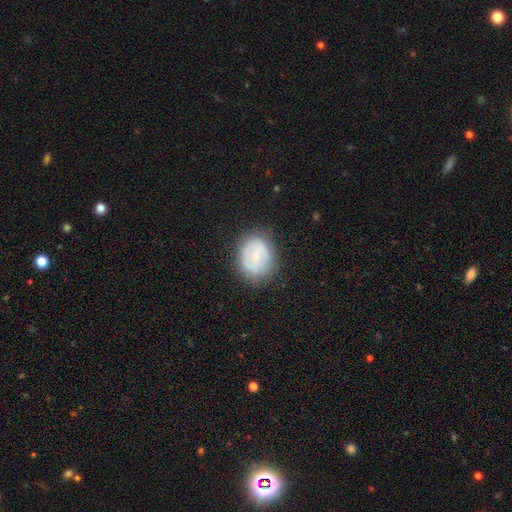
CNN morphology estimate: The model was most divided on "smooth or featured": featured or disk: 47%, smooth: 45%, star or artifact: 8%. More confident: merging — none (77%).